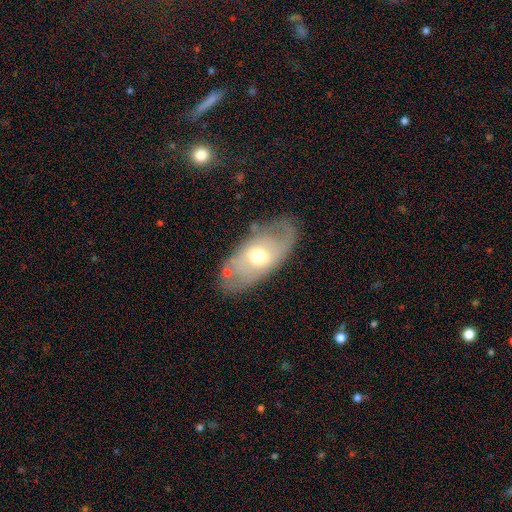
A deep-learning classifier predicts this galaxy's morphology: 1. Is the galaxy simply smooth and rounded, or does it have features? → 64% featured or disk, 29% smooth, 7% star or artifact.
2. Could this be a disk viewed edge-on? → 88% no, 12% yes.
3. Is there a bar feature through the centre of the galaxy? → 59% no, 33% weak, 8% strong.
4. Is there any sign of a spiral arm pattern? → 68% yes, 32% no.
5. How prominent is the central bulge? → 70% moderate, 19% small, 9% large, 1% dominant, 1% none.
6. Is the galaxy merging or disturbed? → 70% none, 20% minor disturbance, 7% major disturbance, 3% merger.